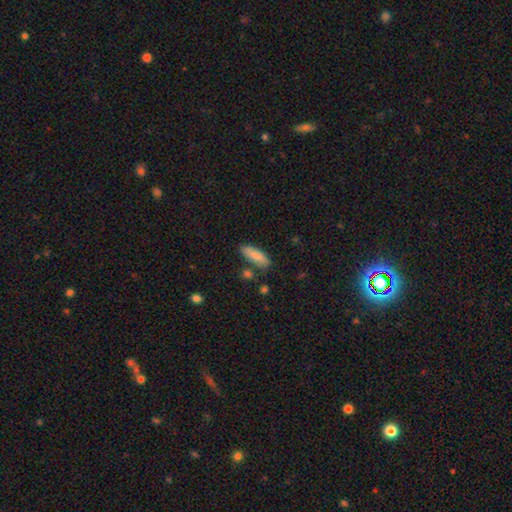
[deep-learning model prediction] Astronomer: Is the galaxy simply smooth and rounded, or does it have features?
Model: smooth — 80%.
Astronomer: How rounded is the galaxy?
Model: in between — 61% (runner-up: cigar-shaped, 36%).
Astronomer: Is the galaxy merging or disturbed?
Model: none — 75%.